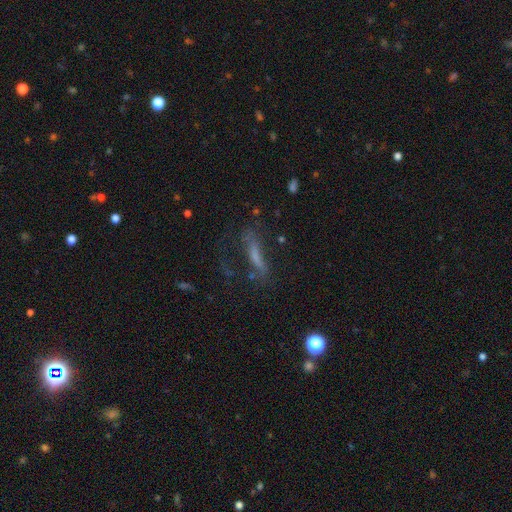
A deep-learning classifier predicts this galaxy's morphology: type=smooth (43%); merging=none (50%).